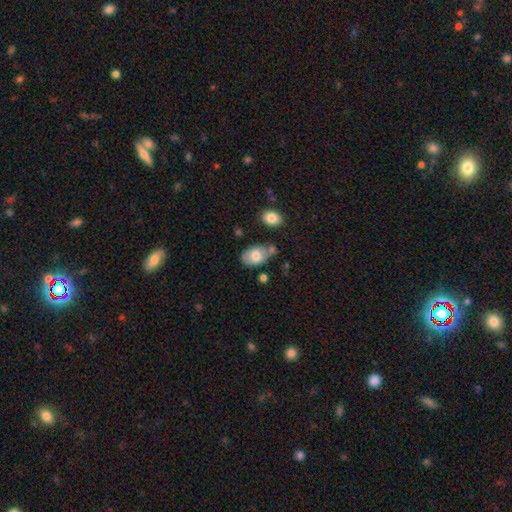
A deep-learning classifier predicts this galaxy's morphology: This appears to be a smooth galaxy with no disk features (72%) that is in between round and cigar-shaped (88%). Merging: none (57%).